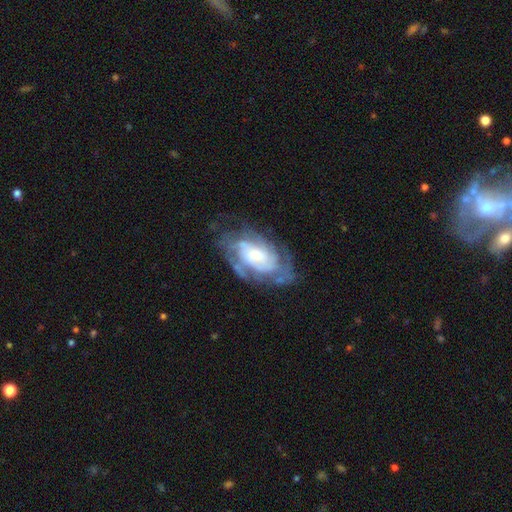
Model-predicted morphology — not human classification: featured or disk 82%, smooth 12%, star or artifact 6%. Down the decision tree: edge-on disk — no (95%); bar — no (64%); spiral arms — yes (91%); spiral arm count — can't tell (42%); spiral winding — tight (57%); bulge size — moderate (40%); merging — none (62%).